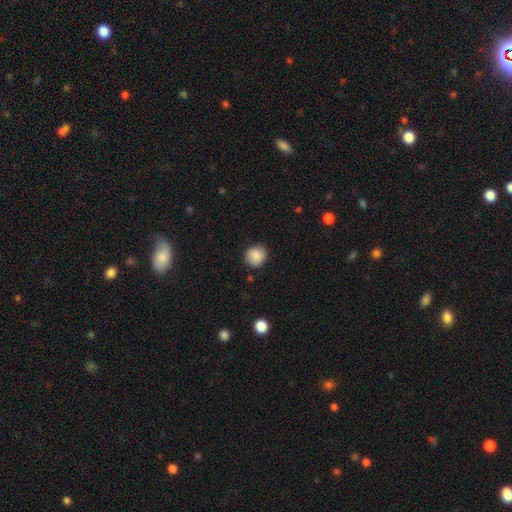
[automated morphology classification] smooth_or_featured: smooth (p=0.86) [alt: star or artifact p=0.08]
how_rounded: round (p=0.89) [alt: in between p=0.10]
merging: none (p=0.86) [alt: minor disturbance p=0.11]